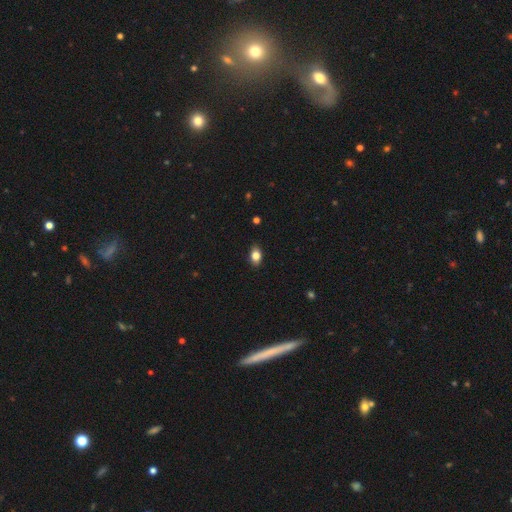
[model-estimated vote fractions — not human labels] smooth_or_featured: smooth (p=0.82) [alt: star or artifact p=0.09]
how_rounded: in between (p=0.79) [alt: round p=0.19]
merging: none (p=0.85) [alt: minor disturbance p=0.12]